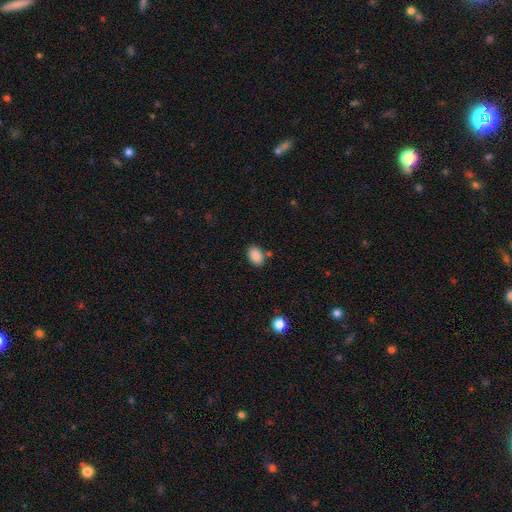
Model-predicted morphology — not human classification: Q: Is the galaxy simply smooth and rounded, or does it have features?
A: smooth — 89%.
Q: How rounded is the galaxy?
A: in between — 84%.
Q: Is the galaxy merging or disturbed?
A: none — 80%.